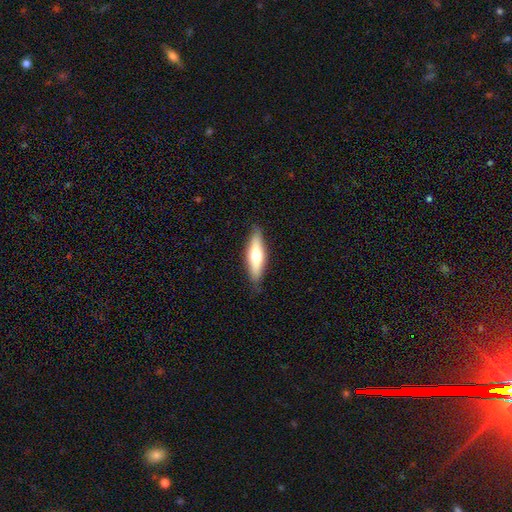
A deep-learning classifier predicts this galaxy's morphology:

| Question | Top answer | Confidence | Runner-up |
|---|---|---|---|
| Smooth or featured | smooth | 52% | featured or disk (43%) |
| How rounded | cigar-shaped | 65% | in between (33%) |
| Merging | none | 86% | minor disturbance (11%) |